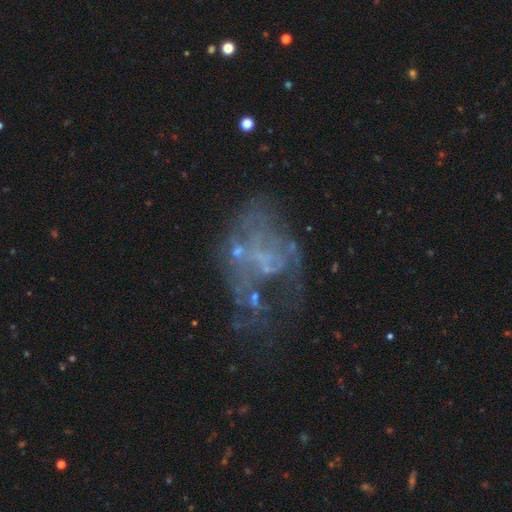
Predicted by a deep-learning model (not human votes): Smooth or featured? featured or disk (64%)
Edge-on disk? no (98%)
Bar? no (85%)
Spiral arms? no (78%)
Bulge size? none (76%)
Merging? major disturbance (44%)